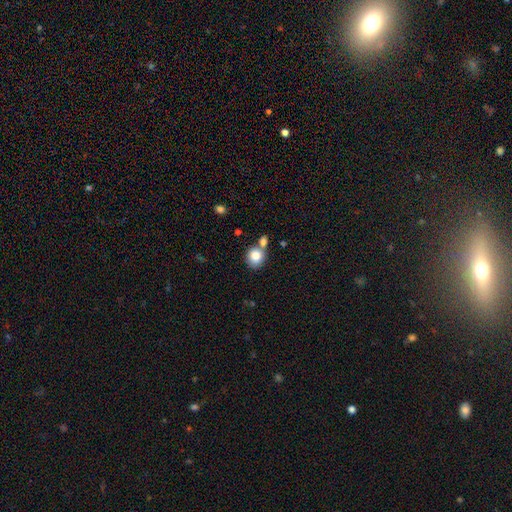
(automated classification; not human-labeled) Q: Smooth or featured?
A: smooth (84%); runner-up: star or artifact (9%)
Q: How rounded?
A: round (76%); runner-up: in between (23%)
Q: Merging?
A: none (54%); runner-up: merger (30%)